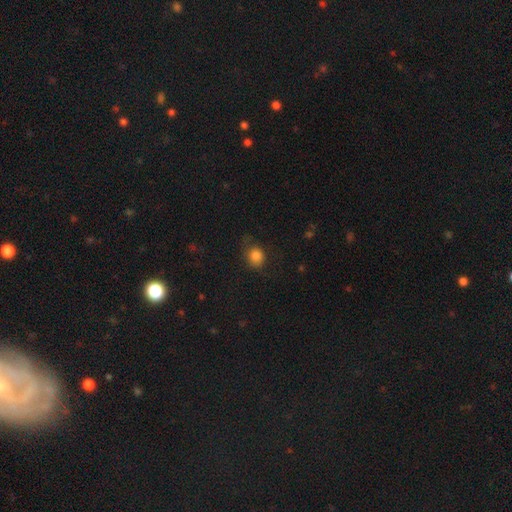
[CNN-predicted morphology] Overall: smooth (83%). How rounded: round (70%). Merging: none (65%).